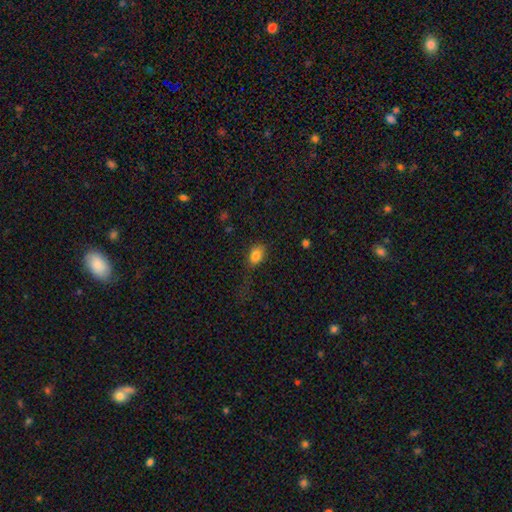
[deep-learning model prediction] Smooth or featured? smooth (83%)
How rounded? in between (77%)
Merging? none (57%)